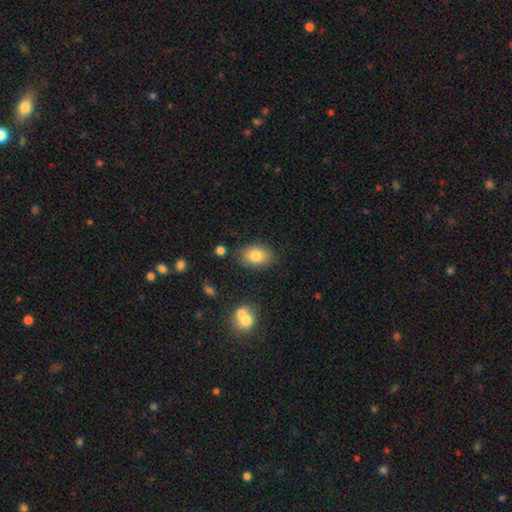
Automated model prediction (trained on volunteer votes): This is clearly a smooth galaxy (82%). How rounded: likely in between (77%). Merging: clearly none (82%).